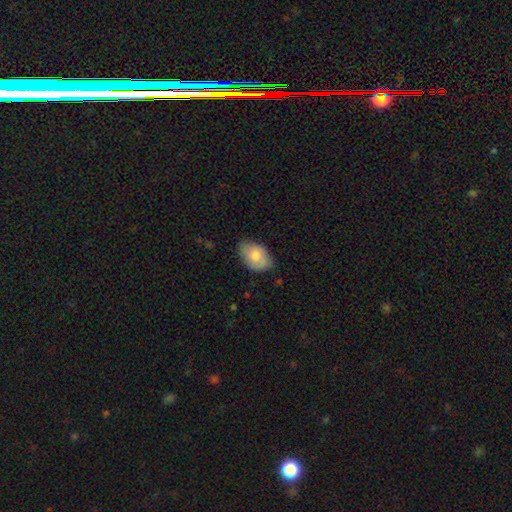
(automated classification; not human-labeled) Smooth or featured? smooth (79%)
How rounded? in between (89%)
Merging? none (65%)